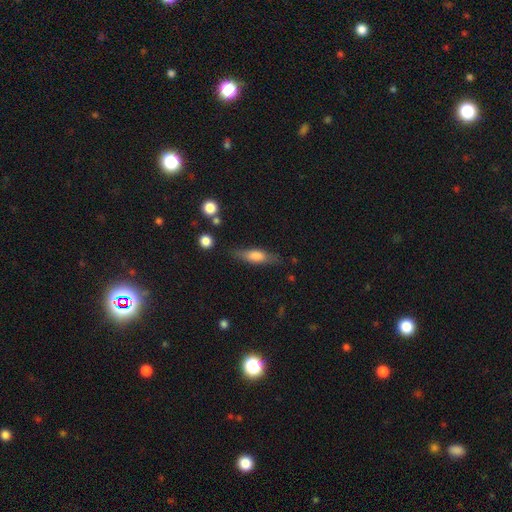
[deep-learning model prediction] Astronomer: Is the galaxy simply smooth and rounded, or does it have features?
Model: smooth — 64%.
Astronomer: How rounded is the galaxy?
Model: cigar-shaped — 54% (runner-up: in between, 43%).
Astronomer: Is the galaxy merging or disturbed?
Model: none — 77%.